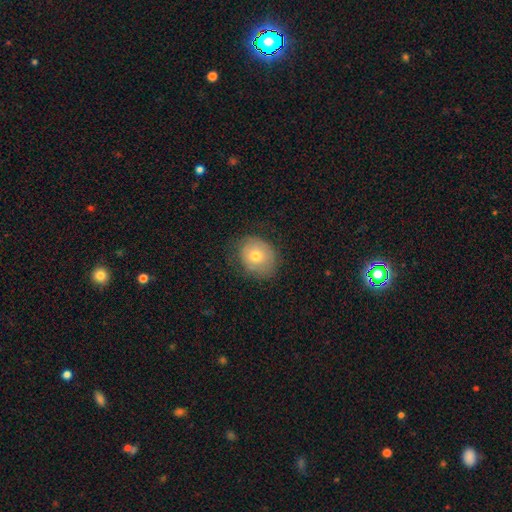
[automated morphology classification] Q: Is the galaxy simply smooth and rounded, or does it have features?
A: smooth — 68%.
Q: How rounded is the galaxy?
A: round — 64%.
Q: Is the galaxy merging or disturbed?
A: none — 72%.